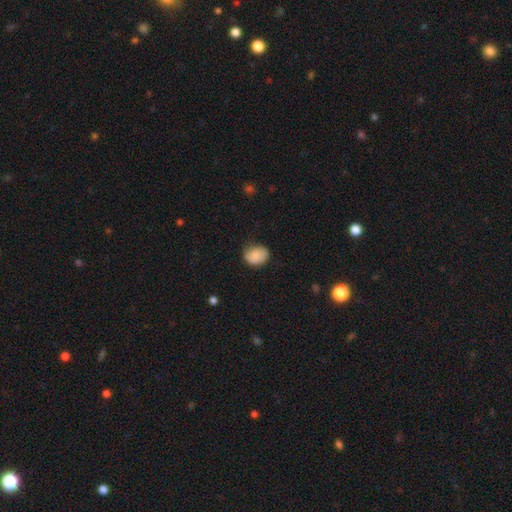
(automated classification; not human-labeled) A smooth galaxy with no disk features (79%) that is in between round and cigar-shaped (54%).

Vote fractions:
- Smooth or featured? smooth: 79% / featured or disk: 13% / star or artifact: 8%
- How rounded? in between: 54% / round: 45% / cigar-shaped: 1%
- Merging? none: 61% / minor disturbance: 31% / major disturbance: 7% / merger: 1%